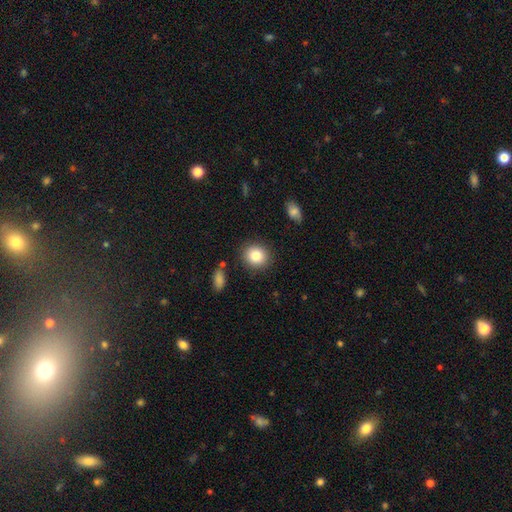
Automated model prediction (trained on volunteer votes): Overall: smooth (83%). How rounded: round (81%). Merging: none (87%).